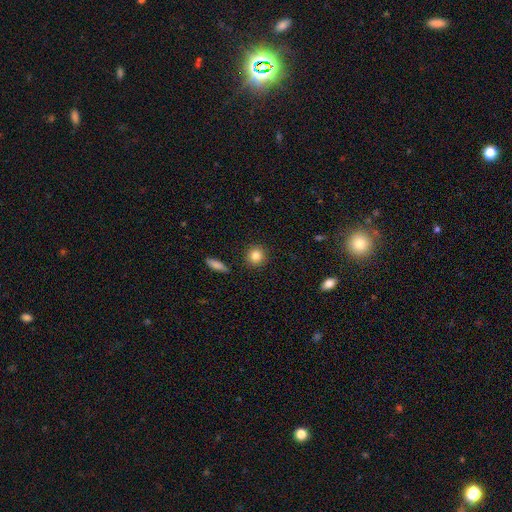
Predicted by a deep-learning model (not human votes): Smooth or featured: smooth — 83% (star or artifact — 10%)
How rounded: round — 90% (in between — 8%)
Merging: none — 91% (minor disturbance — 6%)